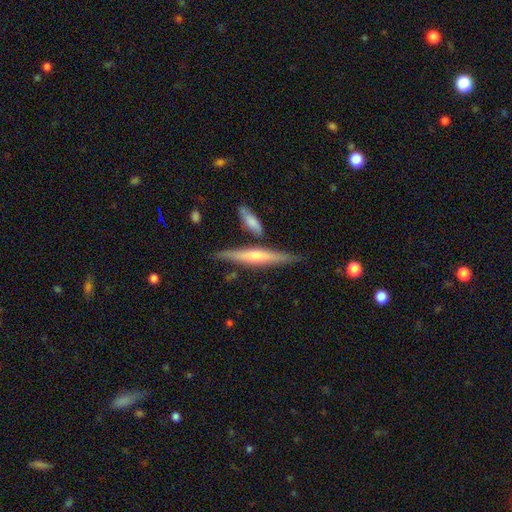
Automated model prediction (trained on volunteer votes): This is likely a featured or disk galaxy (61%). It is clearly viewed edge-on (96%). Edge-on bulge: likely rounded (64%). Merging: likely none (78%).